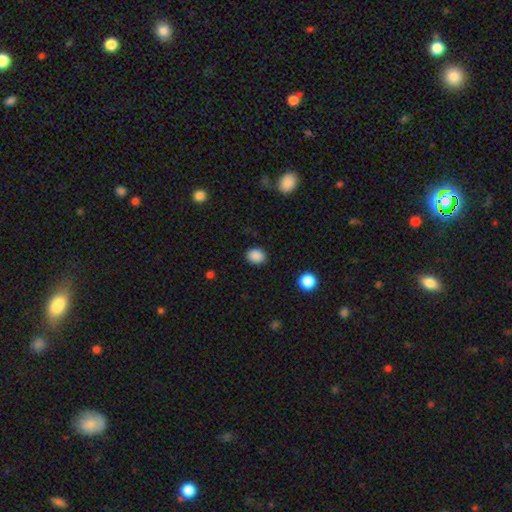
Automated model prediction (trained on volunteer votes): Q: Smooth or featured?
A: smooth (87%); runner-up: star or artifact (10%)
Q: How rounded?
A: round (59%); runner-up: in between (40%)
Q: Merging?
A: none (87%); runner-up: minor disturbance (9%)